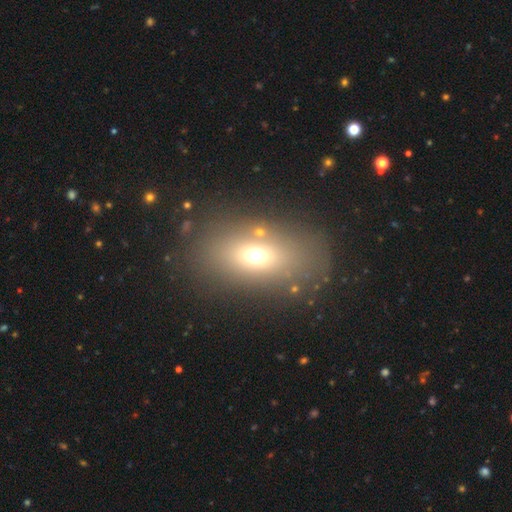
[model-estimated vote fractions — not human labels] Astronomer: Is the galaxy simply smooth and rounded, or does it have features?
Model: smooth — 64%.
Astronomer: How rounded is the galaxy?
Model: in between — 77%.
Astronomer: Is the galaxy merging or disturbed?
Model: none — 78%.